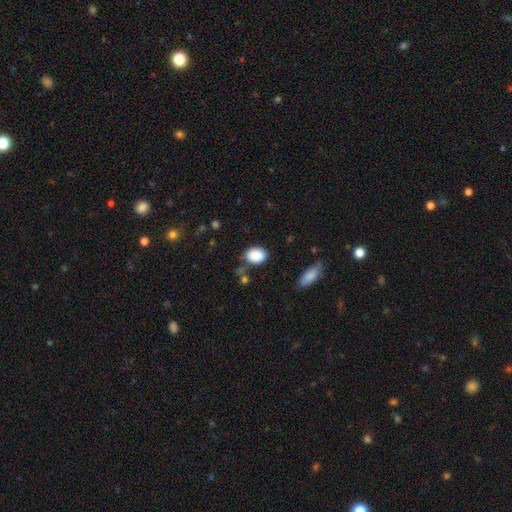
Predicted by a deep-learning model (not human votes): This appears to be a smooth galaxy with no disk features (88%) that is in between round and cigar-shaped (71%). Merging: none (72%).